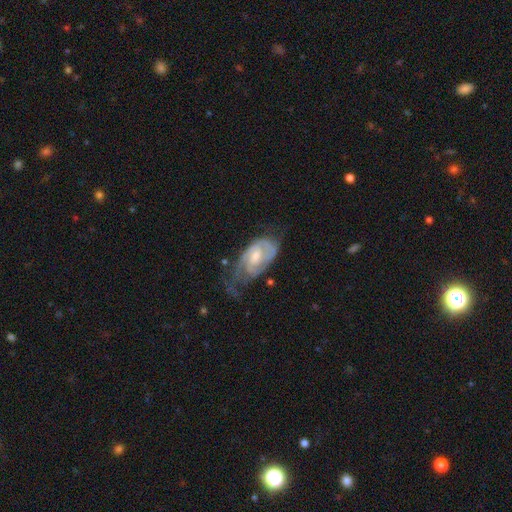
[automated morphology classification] A featured or disk galaxy (83%) with no bar (47%), 2 (58%) tight (56%) spiral arms (94%) and a moderate central bulge (56%). Merging: none (44%).